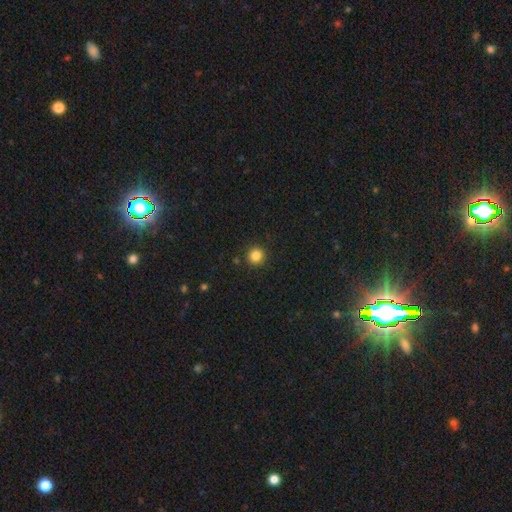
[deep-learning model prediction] This is clearly a smooth galaxy (84%). How rounded: clearly round (94%). Merging: clearly none (91%).